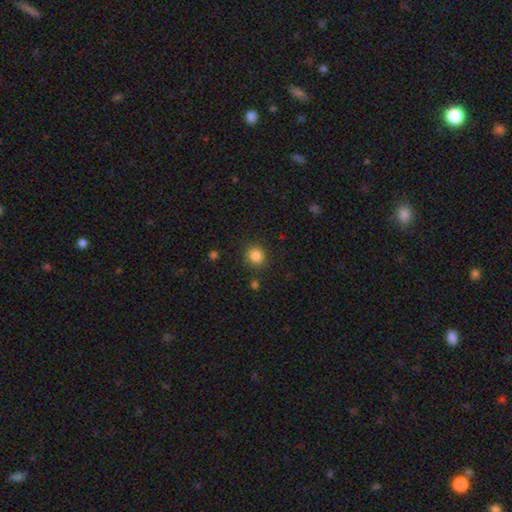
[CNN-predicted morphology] This appears to be a smooth galaxy with no disk features (85%) that is round (88%). Merging: none (88%).